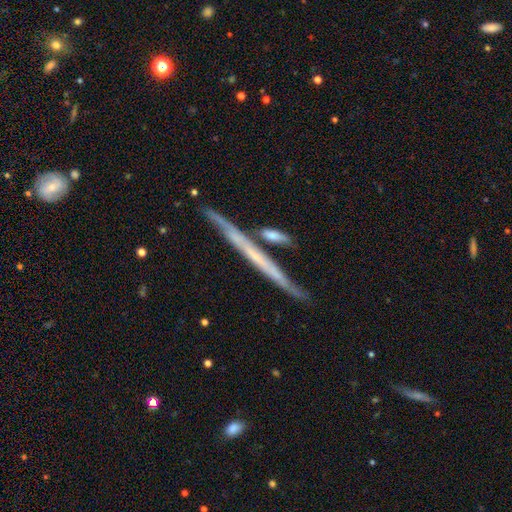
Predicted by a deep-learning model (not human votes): The model was most divided on "smooth or featured": featured or disk: 65%, smooth: 29%, star or artifact: 7%. More confident: edge-on disk — yes (95%); edge-on bulge — none (87%); merging — none (78%).